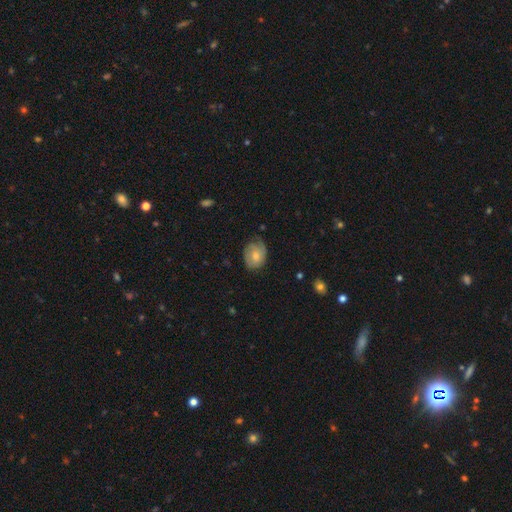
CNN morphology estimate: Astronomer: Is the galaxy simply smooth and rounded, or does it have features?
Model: smooth — 62%.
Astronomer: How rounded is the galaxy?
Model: in between — 61% (runner-up: round, 38%).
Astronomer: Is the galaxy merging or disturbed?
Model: none — 59%.